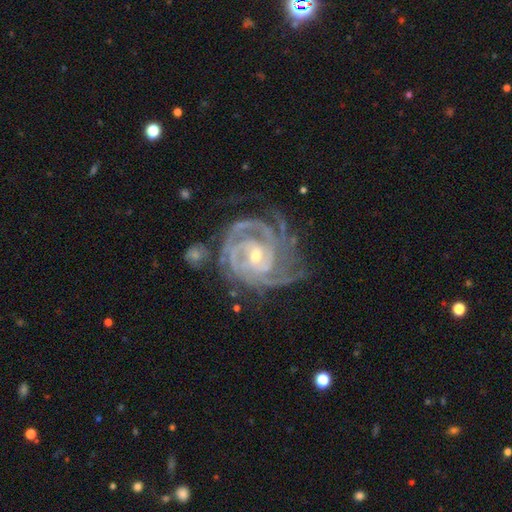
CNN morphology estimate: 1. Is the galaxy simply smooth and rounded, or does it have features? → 92% featured or disk, 5% star or artifact, 3% smooth.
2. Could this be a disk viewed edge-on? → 98% no, 2% yes.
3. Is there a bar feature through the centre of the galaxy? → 46% no, 38% weak, 16% strong.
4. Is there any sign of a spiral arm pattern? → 98% yes, 2% no.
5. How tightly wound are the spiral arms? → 76% tight, 21% medium, 3% loose.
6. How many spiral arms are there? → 33% 3, 20% 4, 17% can't tell, 16% 2, 7% more than 4, 6% 1.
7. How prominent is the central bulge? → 57% small, 40% moderate, 1% large, 1% none, 1% dominant.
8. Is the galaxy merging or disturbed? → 61% none, 23% minor disturbance, 13% major disturbance, 4% merger.